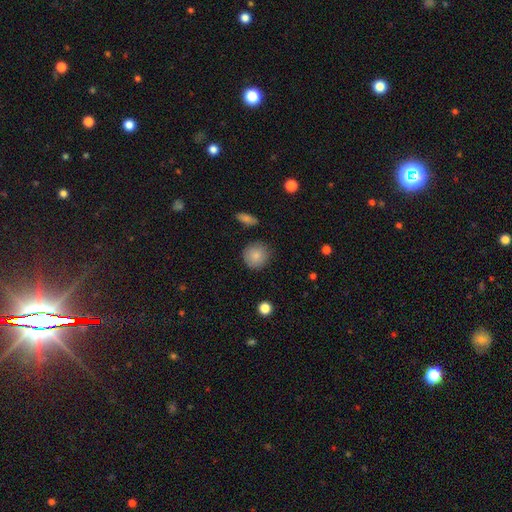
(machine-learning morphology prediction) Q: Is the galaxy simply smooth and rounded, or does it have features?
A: smooth — 85%.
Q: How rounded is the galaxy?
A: round — 90%.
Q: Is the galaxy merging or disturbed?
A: none — 86%.